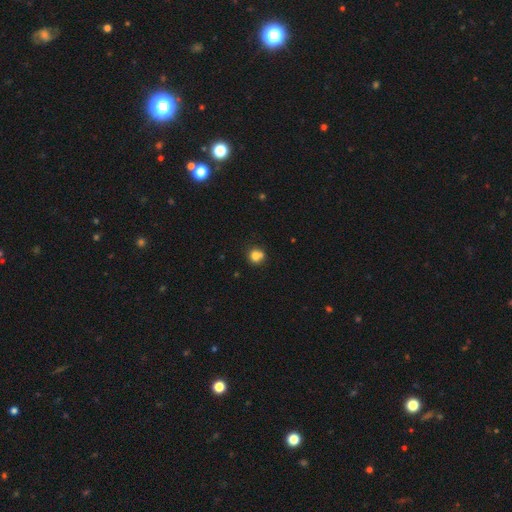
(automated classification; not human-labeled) The model was most divided on "merging": none: 58%, merger: 24%, minor disturbance: 14%, major disturbance: 4%. More confident: how rounded — round (86%); smooth or featured — smooth (78%).